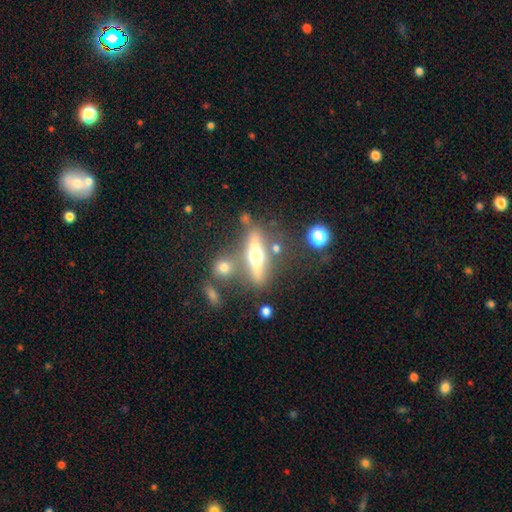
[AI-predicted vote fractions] The model was most divided on "smooth or featured": featured or disk: 62%, smooth: 29%, star or artifact: 9%. More confident: edge-on bulge — rounded (95%); edge-on disk — yes (88%); merging — none (69%).